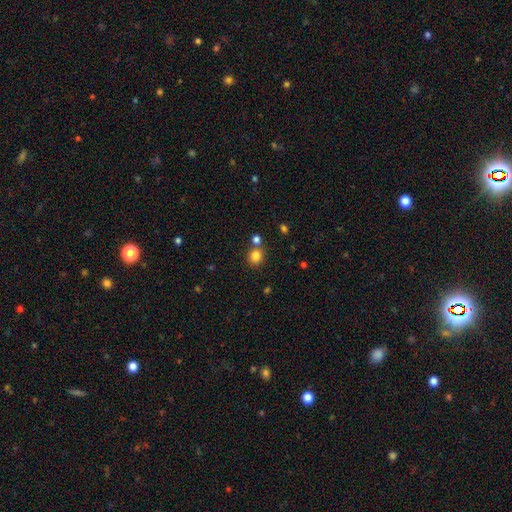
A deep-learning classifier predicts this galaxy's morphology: This appears to be a smooth galaxy with no disk features (82%) that is round (80%). Merging: none (70%).